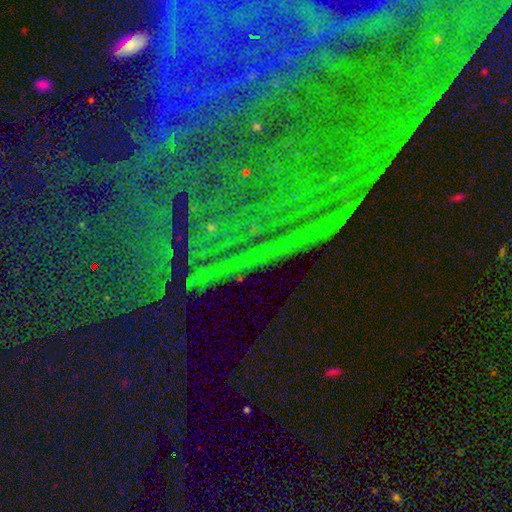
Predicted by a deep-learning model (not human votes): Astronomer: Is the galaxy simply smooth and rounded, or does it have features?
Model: star or artifact — 82%.